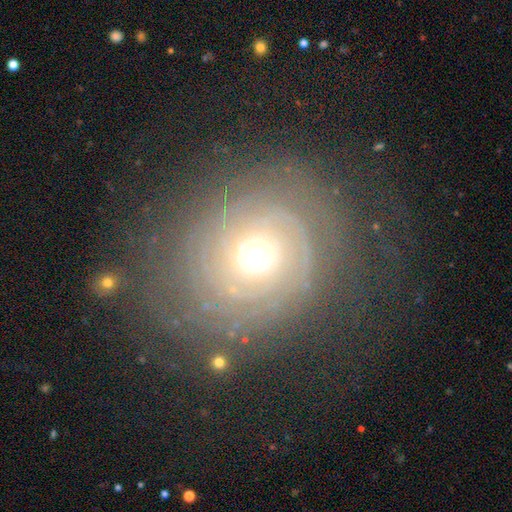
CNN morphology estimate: This appears to be a featured or disk galaxy (77%) with no bar (81%), tight (81%) spiral arms (89%) and a moderate central bulge (65%). Merging: none (75%).